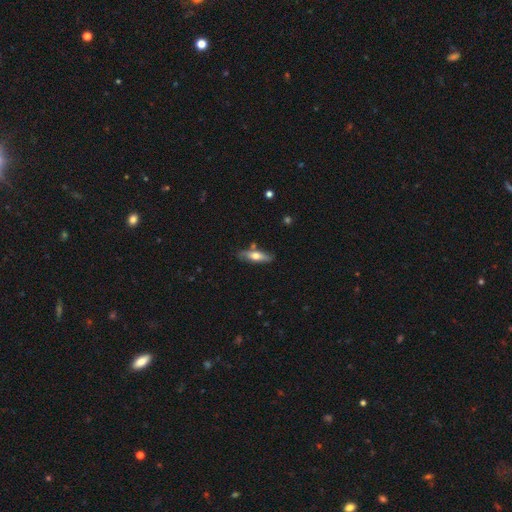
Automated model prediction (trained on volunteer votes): The model was most divided on "smooth or featured": smooth: 54%, featured or disk: 40%, star or artifact: 6%. More confident: merging — none (76%); how rounded — cigar-shaped (57%).